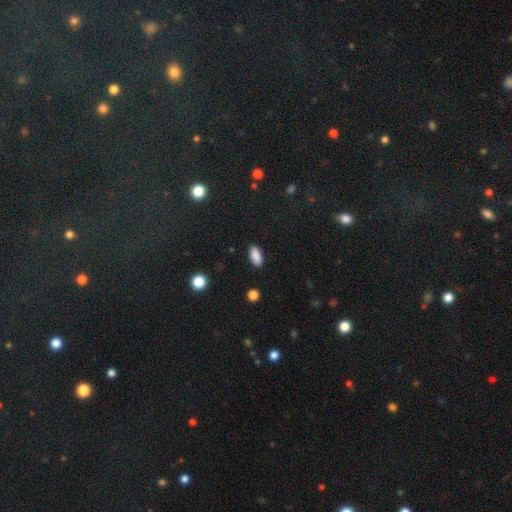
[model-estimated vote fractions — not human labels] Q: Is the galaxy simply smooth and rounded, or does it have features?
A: smooth — 88%.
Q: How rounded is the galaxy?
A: in between — 90%.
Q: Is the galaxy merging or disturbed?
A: none — 88%.